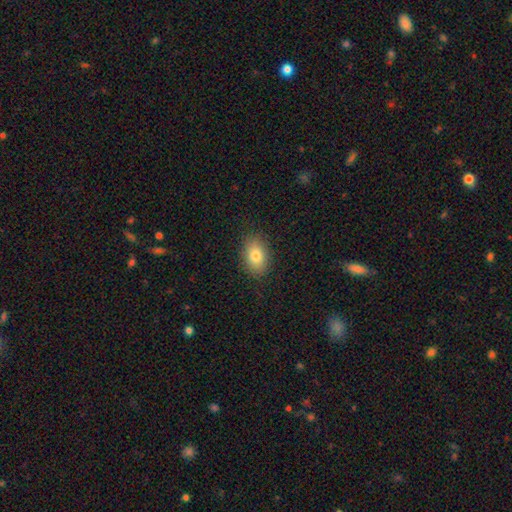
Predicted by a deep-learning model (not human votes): smooth-or-featured: smooth: 81% | featured or disk: 10% | star or artifact: 9%
  how-rounded: in between: 84% | round: 14% | cigar-shaped: 2%
  merging: none: 87% | minor disturbance: 9% | major disturbance: 3% | merger: 1%